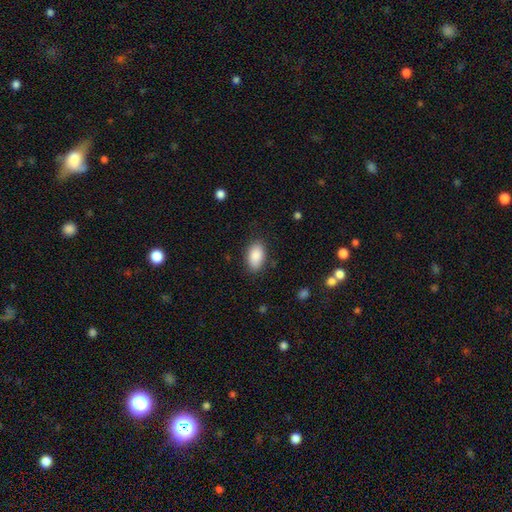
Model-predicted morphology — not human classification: type=smooth (88%); roundness=in between (93%); merging=none (84%).